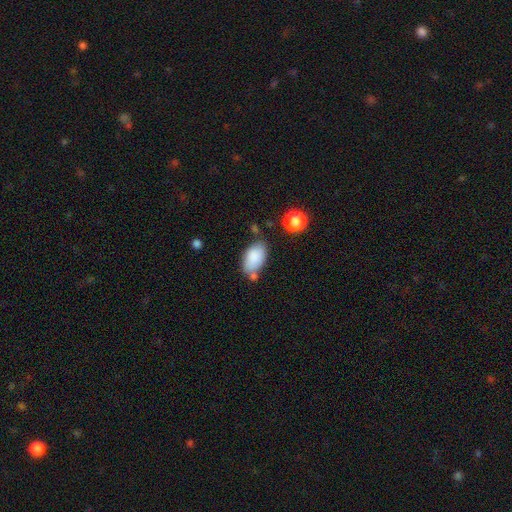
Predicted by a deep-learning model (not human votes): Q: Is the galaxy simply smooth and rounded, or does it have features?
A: smooth — 85%.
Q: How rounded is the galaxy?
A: in between — 94%.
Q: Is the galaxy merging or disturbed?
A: none — 62%.